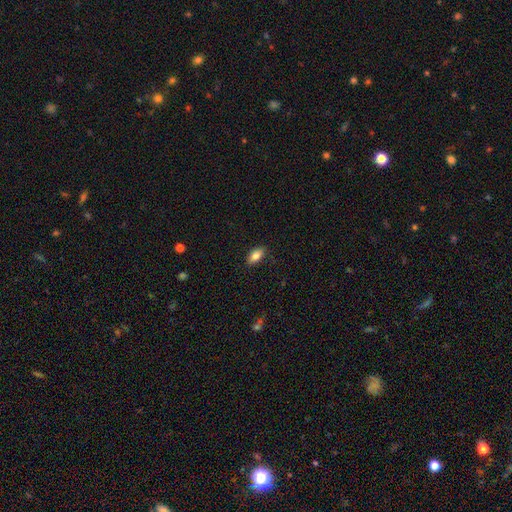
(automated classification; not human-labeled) Q: Smooth or featured?
A: smooth (79%); runner-up: featured or disk (13%)
Q: How rounded?
A: in between (88%); runner-up: cigar-shaped (8%)
Q: Merging?
A: none (87%); runner-up: minor disturbance (10%)